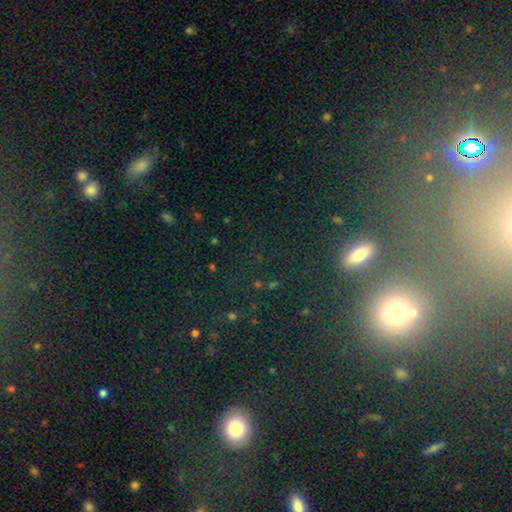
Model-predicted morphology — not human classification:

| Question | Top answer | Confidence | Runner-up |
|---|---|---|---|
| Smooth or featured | star or artifact | 49% | smooth (38%) |